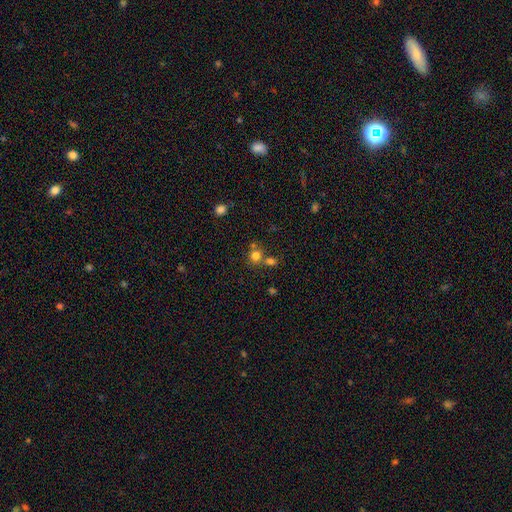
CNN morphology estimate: Smooth or featured: smooth — 76% (star or artifact — 16%)
How rounded: round — 81% (in between — 18%)
Merging: none — 53% (merger — 34%)